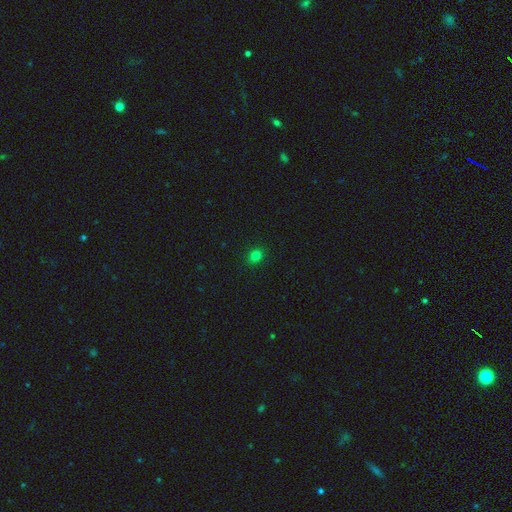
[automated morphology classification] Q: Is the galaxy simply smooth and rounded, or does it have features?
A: smooth — 79%.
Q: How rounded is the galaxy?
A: round — 68%.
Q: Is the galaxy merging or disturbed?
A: none — 91%.